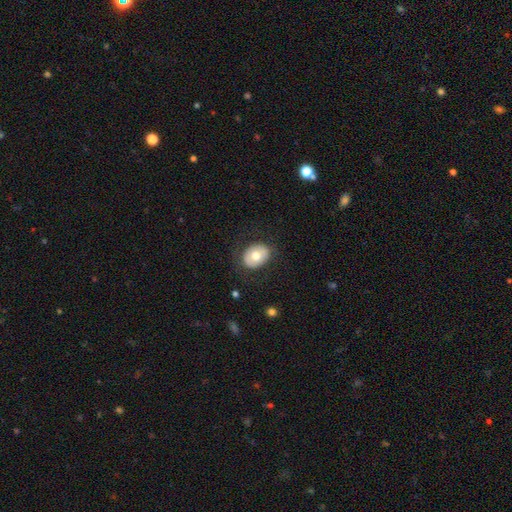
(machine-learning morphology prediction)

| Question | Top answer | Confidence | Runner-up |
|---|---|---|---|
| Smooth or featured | smooth | 66% | featured or disk (27%) |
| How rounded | in between | 59% | round (40%) |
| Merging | none | 80% | minor disturbance (13%) |